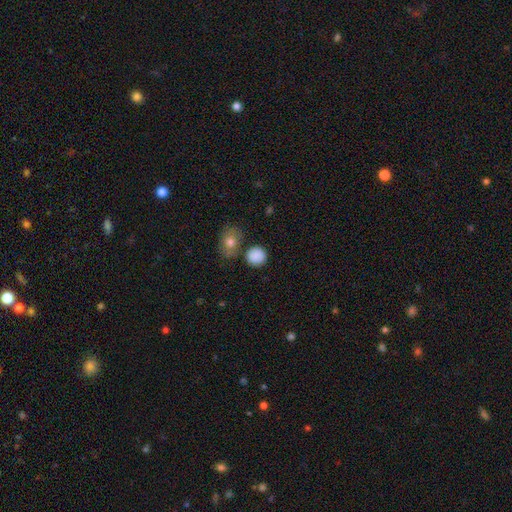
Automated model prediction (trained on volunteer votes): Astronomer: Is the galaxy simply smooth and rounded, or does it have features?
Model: smooth — 87%.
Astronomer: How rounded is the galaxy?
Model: round — 88%.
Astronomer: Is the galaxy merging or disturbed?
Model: none — 76%.